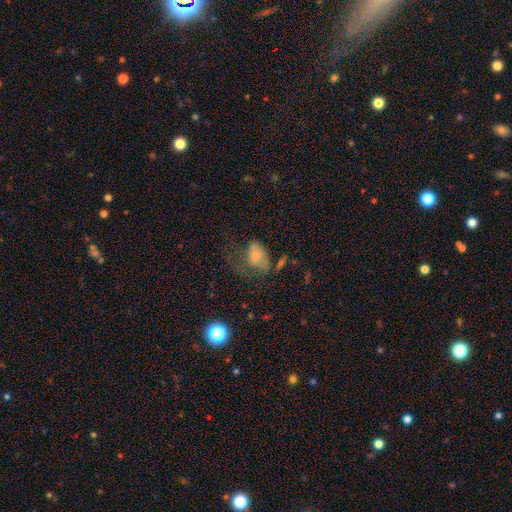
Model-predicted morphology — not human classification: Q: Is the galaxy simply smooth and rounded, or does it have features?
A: smooth — 49%.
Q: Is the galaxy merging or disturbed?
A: major disturbance — 48%.